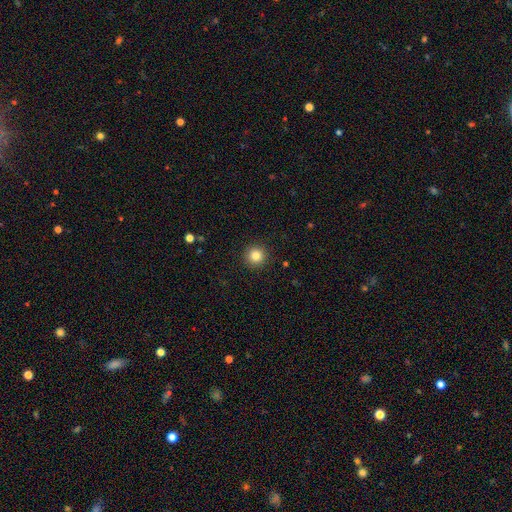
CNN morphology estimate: smooth_or_featured: smooth (p=0.83) [alt: star or artifact p=0.11]
how_rounded: round (p=0.96) [alt: in between p=0.03]
merging: none (p=0.93) [alt: minor disturbance p=0.05]